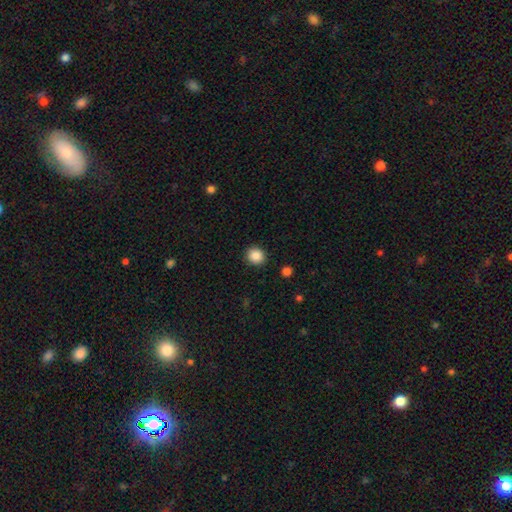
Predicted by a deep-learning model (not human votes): Smooth or featured?
  - smooth: 87% *
  - star or artifact: 9%
  - featured or disk: 4%
How rounded?
  - round: 85% *
  - in between: 14%
  - cigar-shaped: 1%
Merging?
  - none: 91% *
  - minor disturbance: 6%
  - major disturbance: 2%
  - merger: 1%